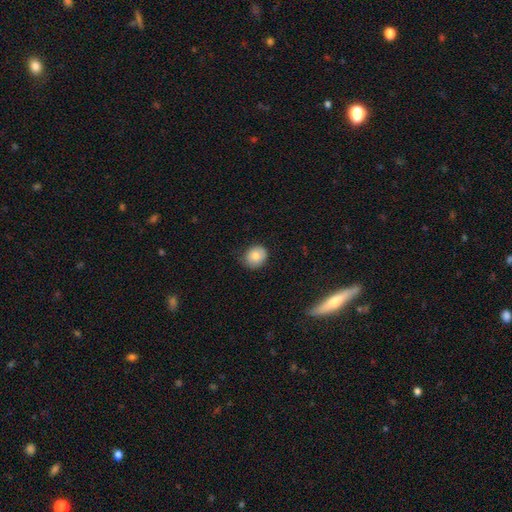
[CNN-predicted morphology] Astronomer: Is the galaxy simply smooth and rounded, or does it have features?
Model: smooth — 80%.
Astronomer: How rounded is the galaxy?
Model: round — 76%.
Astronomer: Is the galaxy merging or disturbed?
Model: none — 73%.